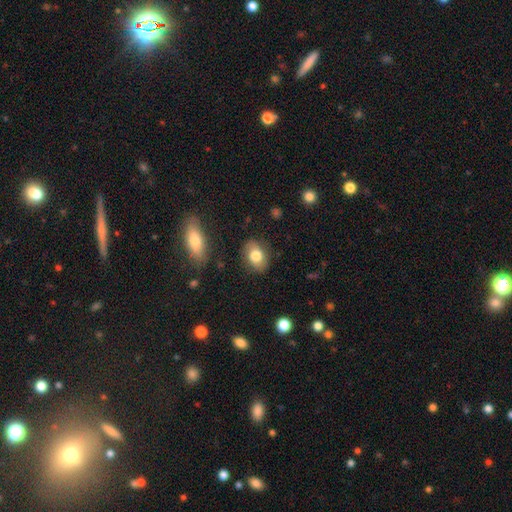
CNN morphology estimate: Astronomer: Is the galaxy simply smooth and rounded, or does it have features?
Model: smooth — 78%.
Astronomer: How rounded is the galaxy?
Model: in between — 74%.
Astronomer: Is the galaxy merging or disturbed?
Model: none — 83%.